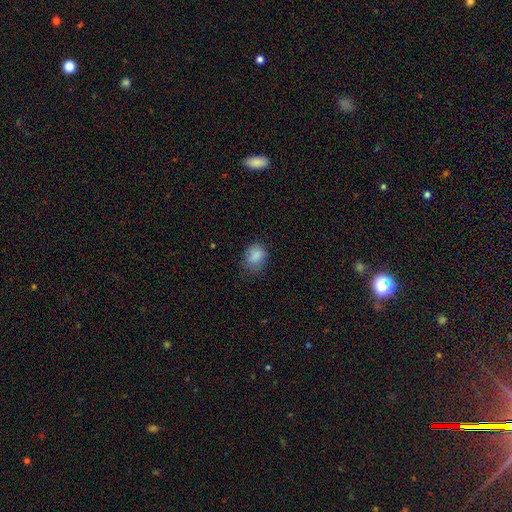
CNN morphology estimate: smooth_or_featured: smooth (p=0.85) [alt: star or artifact p=0.09]
how_rounded: round (p=0.52) [alt: in between p=0.47]
merging: none (p=0.64) [alt: minor disturbance p=0.26]